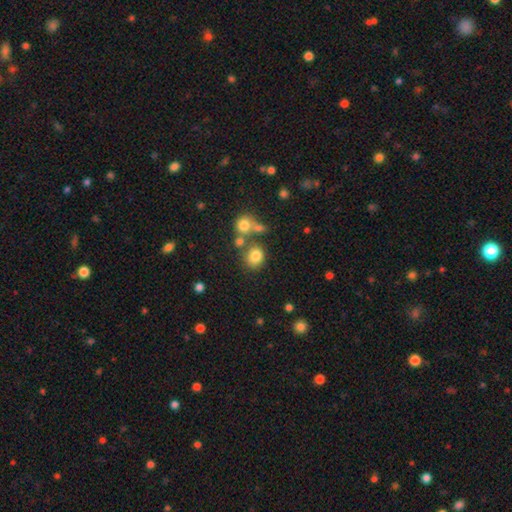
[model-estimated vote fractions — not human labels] Q: Smooth or featured?
A: smooth (80%); runner-up: star or artifact (13%)
Q: How rounded?
A: round (69%); runner-up: in between (30%)
Q: Merging?
A: none (66%); runner-up: merger (17%)